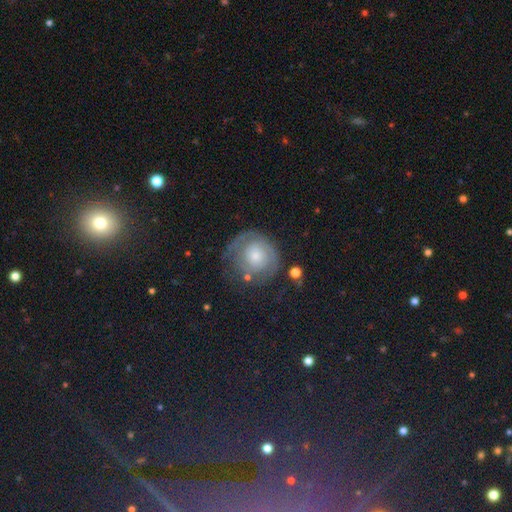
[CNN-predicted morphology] Smooth or featured? featured or disk (65%)
Edge-on disk? no (97%)
Bar? no (79%)
Spiral arms? yes (82%)
Spiral winding? tight (68%)
Spiral arm count? 2 (36%)
Bulge size? moderate (42%)
Merging? none (61%)